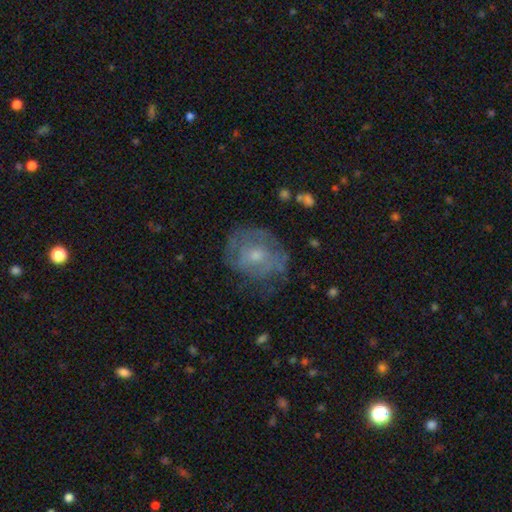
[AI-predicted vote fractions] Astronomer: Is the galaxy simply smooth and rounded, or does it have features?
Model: featured or disk — 57% (runner-up: smooth, 34%).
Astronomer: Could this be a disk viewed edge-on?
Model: no — 97%.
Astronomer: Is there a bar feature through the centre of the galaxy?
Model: no — 77%.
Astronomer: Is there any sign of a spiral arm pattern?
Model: yes — 52% (runner-up: no, 48%).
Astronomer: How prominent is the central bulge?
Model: small — 52% (runner-up: moderate, 41%).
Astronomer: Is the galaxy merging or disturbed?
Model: none — 58%.